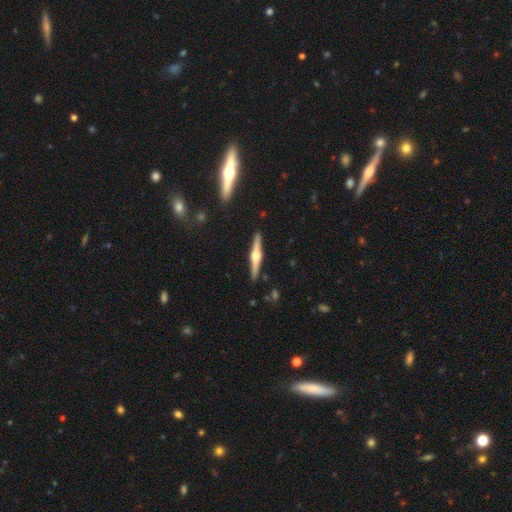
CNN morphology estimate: A featured or disk galaxy (75%) viewed edge-on (98%) with a rounded central bulge (94%).

Vote fractions:
- Smooth or featured? featured or disk: 75% / smooth: 20% / star or artifact: 5%
- Edge-on disk? yes: 98% / no: 2%
- Edge-on bulge? rounded: 94% / boxy: 4% / none: 2%
- Merging? none: 91% / minor disturbance: 6% / major disturbance: 1% / merger: 1%